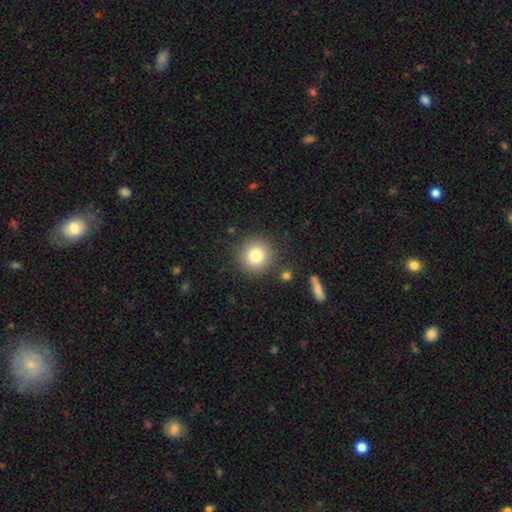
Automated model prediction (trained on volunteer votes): smooth-or-featured: smooth: 80% | star or artifact: 11% | featured or disk: 9%
  how-rounded: round: 94% | in between: 5% | cigar-shaped: 1%
  merging: none: 87% | minor disturbance: 7% | major disturbance: 3% | merger: 3%